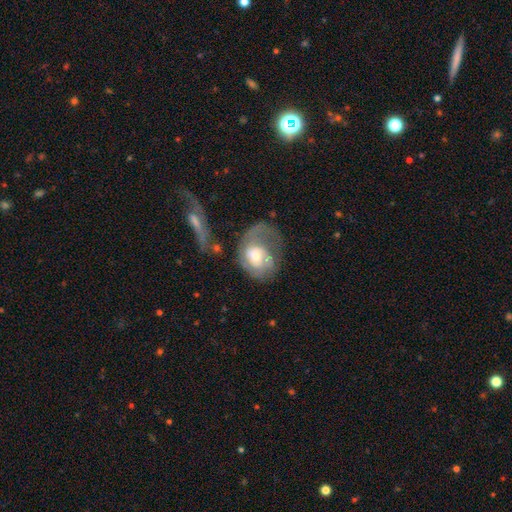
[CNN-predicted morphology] The model was most divided on "spiral winding": medium: 38%, tight: 36%, loose: 25%. Remaining: edge-on disk — no (96%); spiral arms — yes (79%); bar — no (70%); smooth or featured — featured or disk (66%); bulge size — moderate (54%); merging — major disturbance (40%); spiral arm count — 2 (34%).